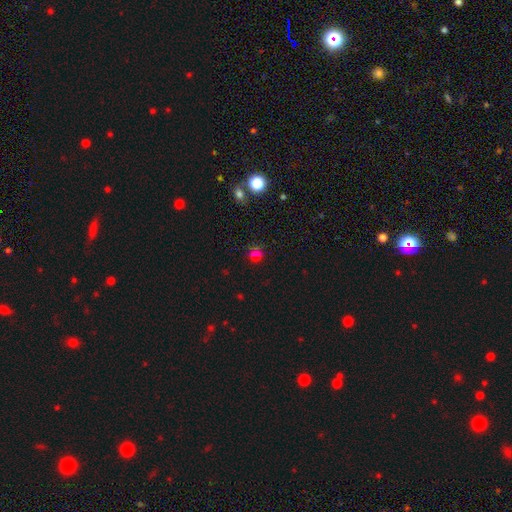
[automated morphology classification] Smooth or featured: smooth — 49% (star or artifact — 42%)
Merging: none — 80% (minor disturbance — 10%)